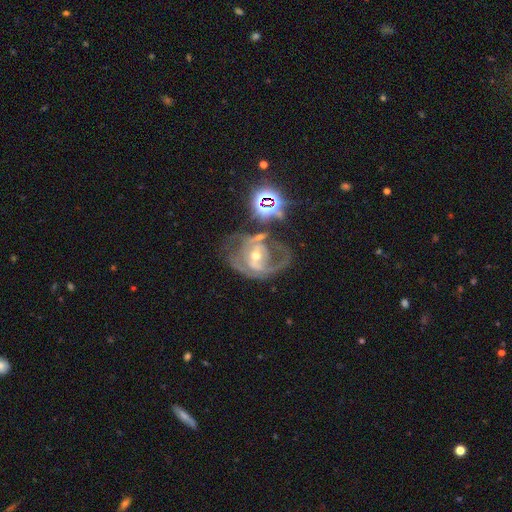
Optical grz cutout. It shows a featured or disk galaxy (84%) with a weak bar (50%), 2 (68%) medium (43%) spiral arms (100%) and a moderate central bulge (68%). Merging: major disturbance (36%).